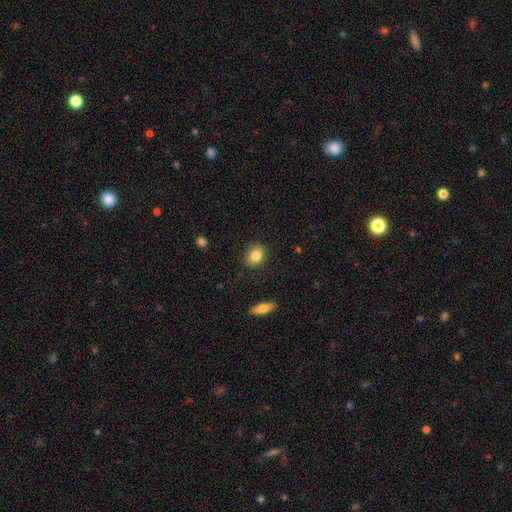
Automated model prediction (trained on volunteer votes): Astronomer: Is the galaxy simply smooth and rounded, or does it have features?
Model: smooth — 85%.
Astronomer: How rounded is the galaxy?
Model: round — 52% (runner-up: in between, 47%).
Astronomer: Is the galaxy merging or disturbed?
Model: none — 87%.